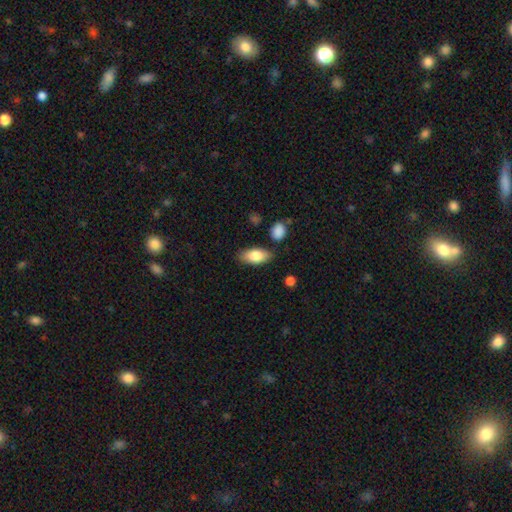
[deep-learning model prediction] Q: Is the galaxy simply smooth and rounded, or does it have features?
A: smooth — 80%.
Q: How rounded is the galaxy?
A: in between — 88%.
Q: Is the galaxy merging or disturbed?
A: none — 83%.